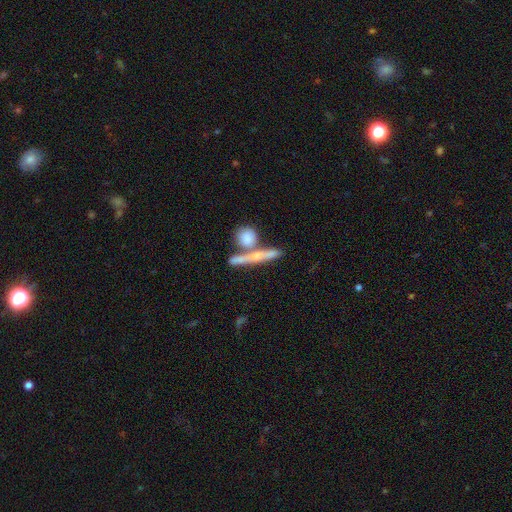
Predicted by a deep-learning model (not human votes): Smooth or featured: featured or disk — 47% (smooth — 43%)
Merging: none — 60% (merger — 26%)